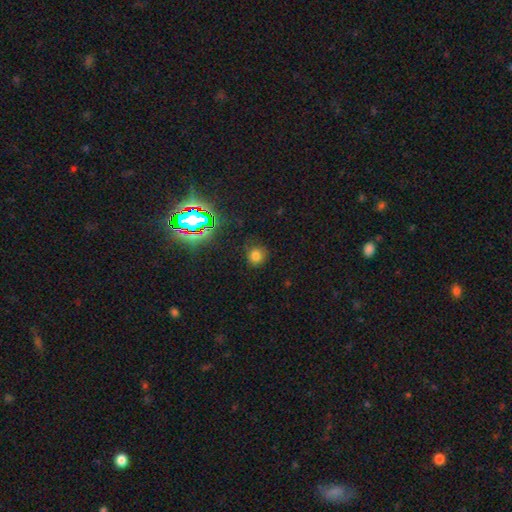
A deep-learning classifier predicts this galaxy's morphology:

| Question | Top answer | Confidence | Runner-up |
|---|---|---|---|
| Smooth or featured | smooth | 71% | star or artifact (23%) |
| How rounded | round | 84% | in between (14%) |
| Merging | none | 80% | minor disturbance (14%) |